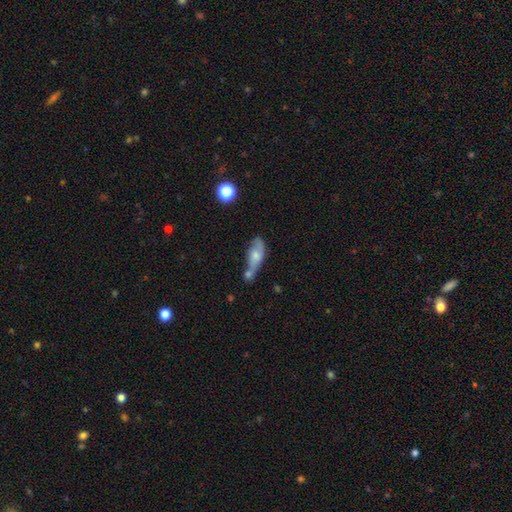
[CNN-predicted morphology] smooth_or_featured: smooth (p=0.59) [alt: featured or disk p=0.32]
how_rounded: in between (p=0.75) [alt: cigar-shaped p=0.20]
merging: merger (p=0.39) [alt: none p=0.28]